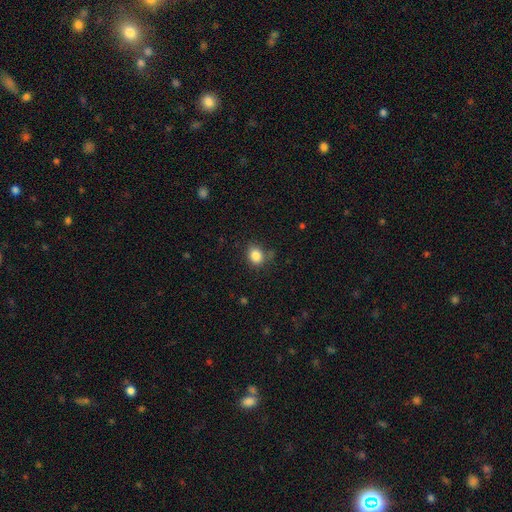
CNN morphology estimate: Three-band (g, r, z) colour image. It shows a smooth galaxy with no disk features (85%) that is round (56%). Merging: none (73%).